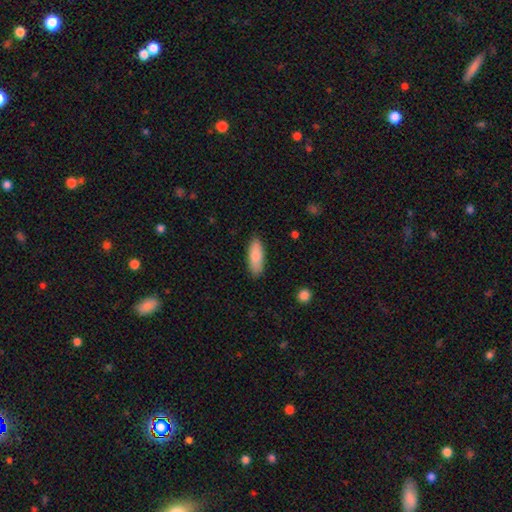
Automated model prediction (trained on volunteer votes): This is clearly a smooth galaxy (84%). How rounded: likely in between (73%). Merging: clearly none (87%).